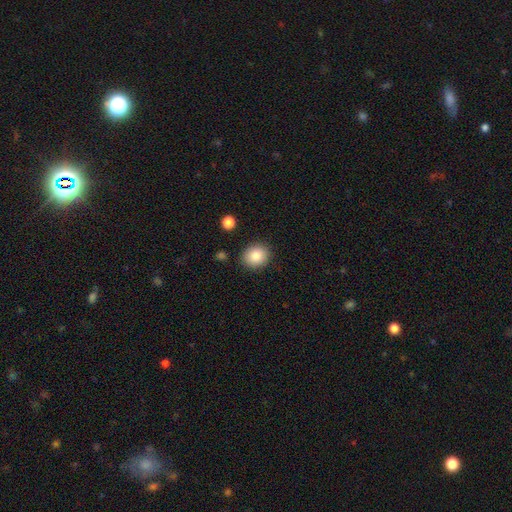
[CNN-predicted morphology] A smooth galaxy with no disk features (84%) that is round (69%).

Vote fractions:
- Smooth or featured? smooth: 84% / star or artifact: 9% / featured or disk: 7%
- How rounded? round: 69% / in between: 31% / cigar-shaped: 1%
- Merging? none: 87% / minor disturbance: 8% / major disturbance: 2% / merger: 2%